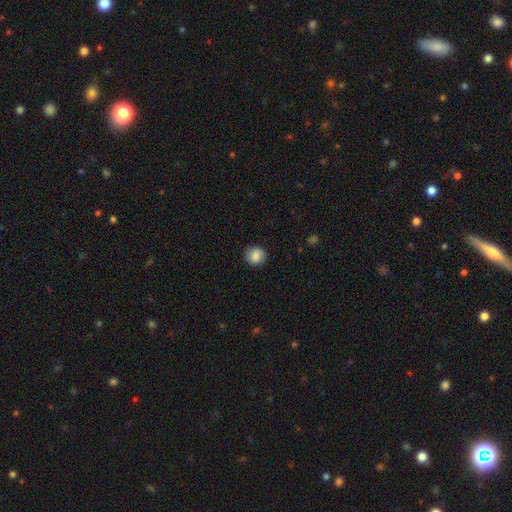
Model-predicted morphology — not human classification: smooth-or-featured: smooth: 82% | featured or disk: 9% | star or artifact: 8%
  how-rounded: round: 85% | in between: 14% | cigar-shaped: 1%
  merging: none: 86% | minor disturbance: 10% | major disturbance: 3% | merger: 1%